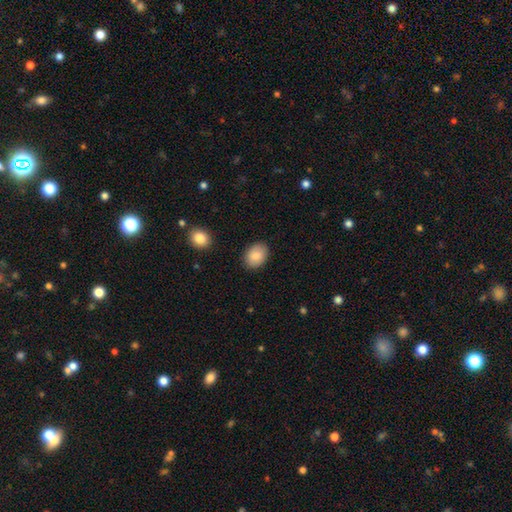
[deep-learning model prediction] A smooth galaxy with no disk features (86%) that is in between round and cigar-shaped (72%). Merging: none (87%).